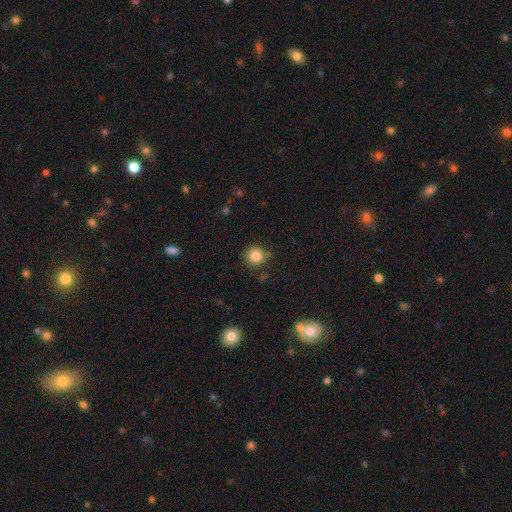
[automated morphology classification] A smooth galaxy with no disk features (85%) that is round (94%).

Vote fractions:
- Smooth or featured? smooth: 85% / star or artifact: 11% / featured or disk: 4%
- How rounded? round: 94% / in between: 5% / cigar-shaped: 1%
- Merging? none: 87% / minor disturbance: 8% / major disturbance: 3% / merger: 2%